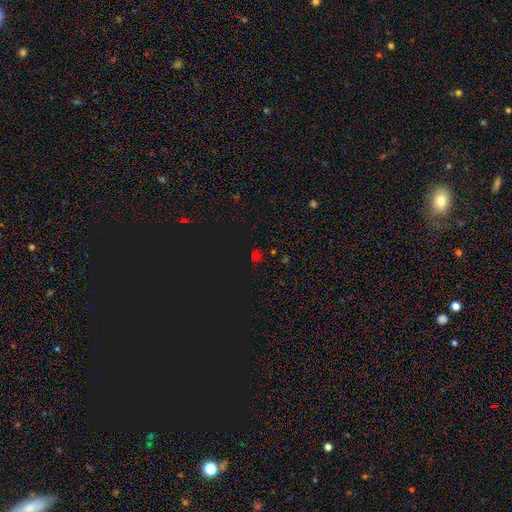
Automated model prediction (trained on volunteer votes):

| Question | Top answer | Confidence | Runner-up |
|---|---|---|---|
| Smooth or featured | star or artifact | 60% | smooth (34%) |